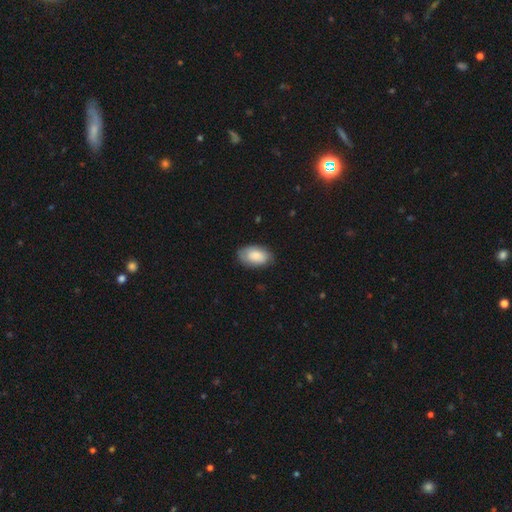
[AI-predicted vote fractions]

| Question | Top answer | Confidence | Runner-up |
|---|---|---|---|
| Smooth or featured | smooth | 79% | featured or disk (15%) |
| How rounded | in between | 94% | round (5%) |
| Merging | none | 76% | minor disturbance (19%) |